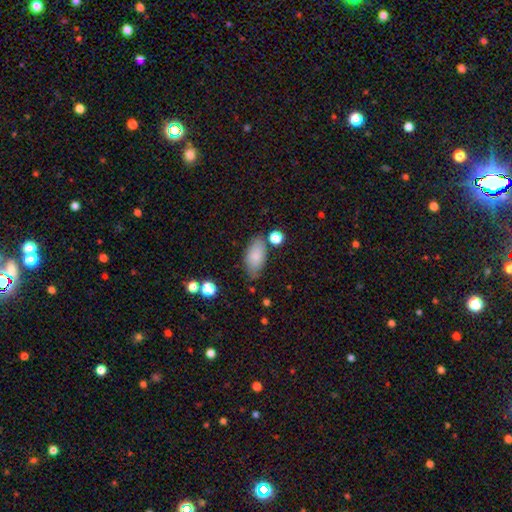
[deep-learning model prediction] The model was most divided on "merging": none: 71%, minor disturbance: 19%, major disturbance: 5%, merger: 5%. More confident: how rounded — in between (92%); smooth or featured — smooth (81%).